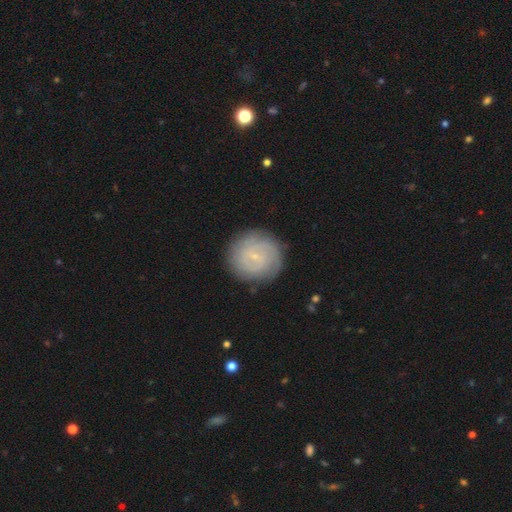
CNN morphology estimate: Smooth or featured? featured or disk (65%)
Edge-on disk? no (98%)
Bar? weak (46%)
Spiral arms? yes (88%)
Spiral winding? tight (66%)
Spiral arm count? can't tell (39%)
Bulge size? small (85%)
Merging? none (84%)